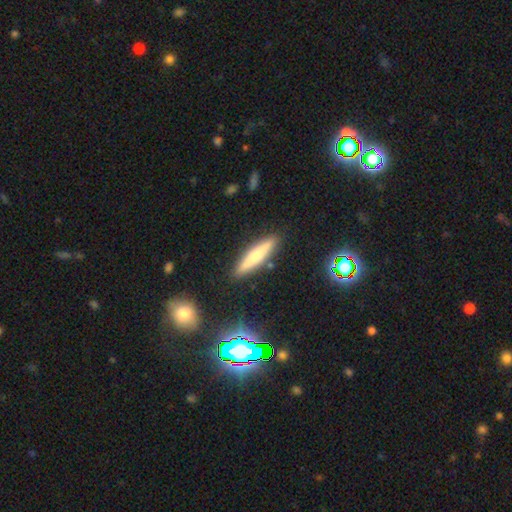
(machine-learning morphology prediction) A smooth galaxy with no disk features (56%) that is cigar-shaped (86%). Merging: none (88%).